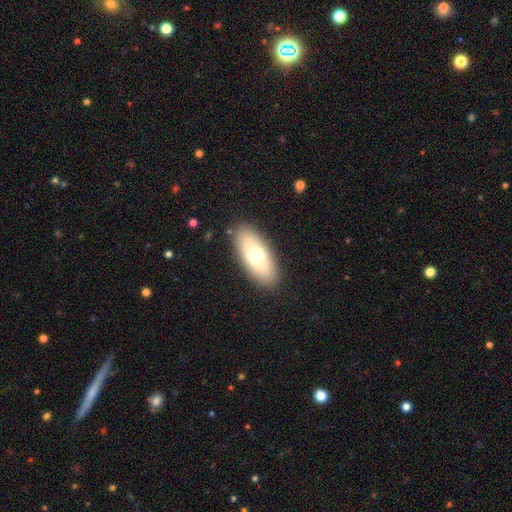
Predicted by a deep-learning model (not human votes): smooth_or_featured: smooth (p=0.64) [alt: featured or disk p=0.27]
how_rounded: in between (p=0.84) [alt: cigar-shaped p=0.10]
merging: none (p=0.86) [alt: minor disturbance p=0.09]